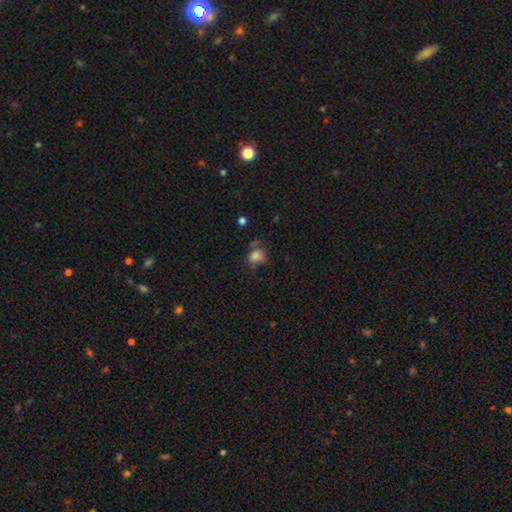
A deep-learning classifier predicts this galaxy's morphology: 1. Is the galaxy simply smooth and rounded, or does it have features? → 74% smooth, 14% star or artifact, 12% featured or disk.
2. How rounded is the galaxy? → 51% round, 48% in between, 1% cigar-shaped.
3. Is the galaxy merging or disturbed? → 45% none, 28% minor disturbance, 18% major disturbance, 9% merger.